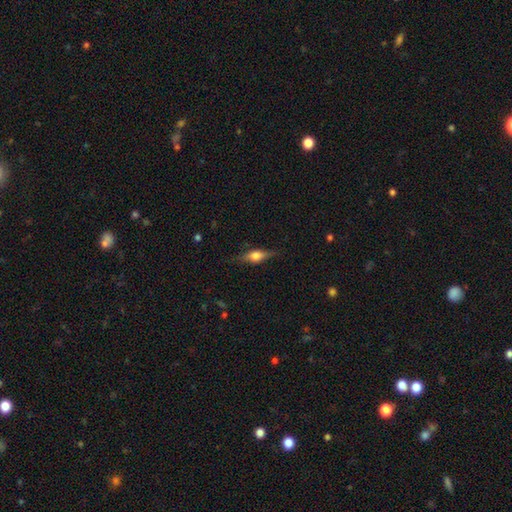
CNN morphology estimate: The model was most divided on "smooth or featured": featured or disk: 57%, smooth: 35%, star or artifact: 7%. More confident: edge-on disk — yes (94%); edge-on bulge — rounded (91%); merging — none (82%).